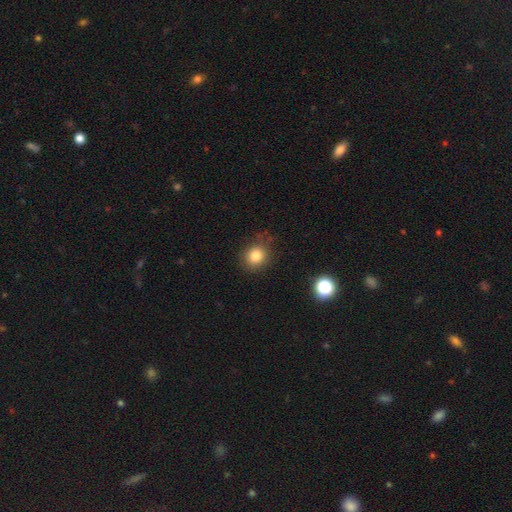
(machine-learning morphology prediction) Smooth or featured: smooth — 82% (star or artifact — 12%)
How rounded: round — 79% (in between — 20%)
Merging: none — 82% (minor disturbance — 13%)